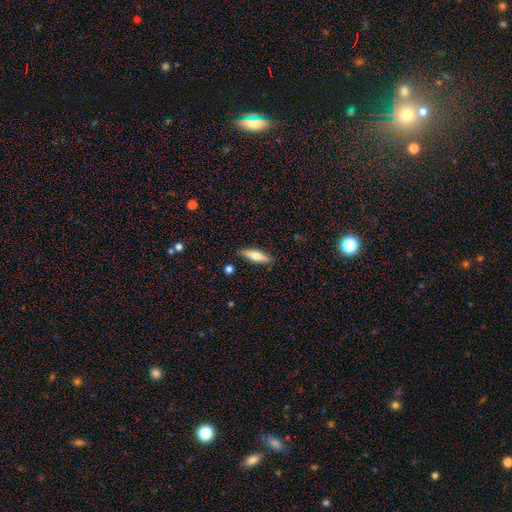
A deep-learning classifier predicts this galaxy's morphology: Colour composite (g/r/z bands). It shows a smooth galaxy with no disk features (59%) that is cigar-shaped (58%). Merging: none (85%).